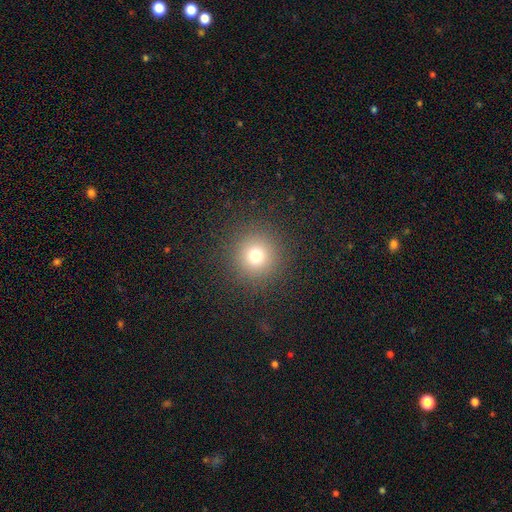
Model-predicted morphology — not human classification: Smooth or featured? Predicted: smooth (p=0.73). How rounded? Predicted: round (p=0.95). Merging? Predicted: none (p=0.90).